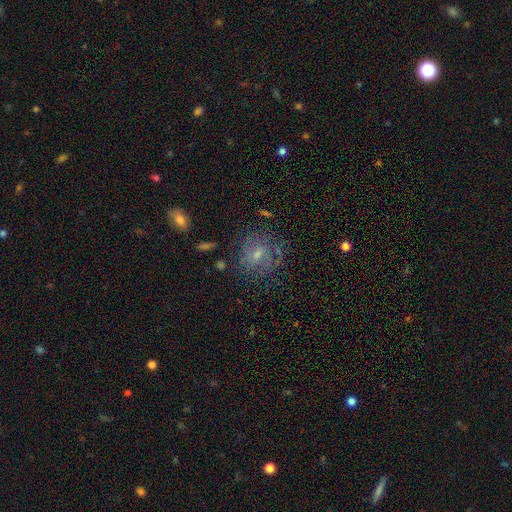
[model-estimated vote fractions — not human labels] Q: Smooth or featured?
A: featured or disk (45%); runner-up: smooth (37%)
Q: Merging?
A: none (70%); runner-up: minor disturbance (17%)